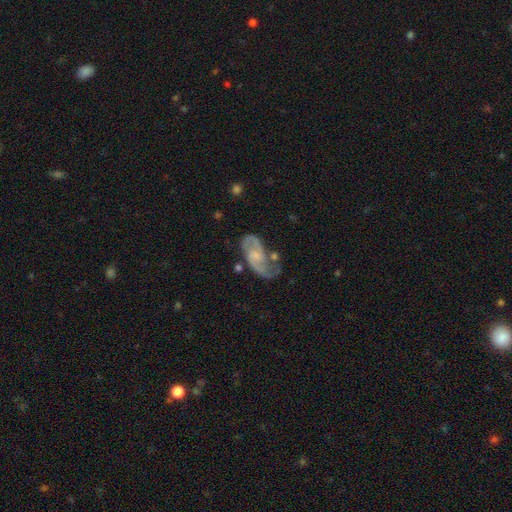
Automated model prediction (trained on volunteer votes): smooth_or_featured: featured or disk (p=0.80) [alt: smooth p=0.14]
disk_edge_on: no (p=0.96) [alt: yes p=0.04]
bar: no (p=0.47) [alt: weak p=0.43]
has_spiral_arms: yes (p=0.93) [alt: no p=0.07]
spiral_winding: medium (p=0.50) [alt: loose p=0.31]
spiral_arm_count: 2 (p=0.87) [alt: can't tell p=0.06]
bulge_size: small (p=0.37) [alt: moderate p=0.30]
merging: none (p=0.58) [alt: minor disturbance p=0.21]